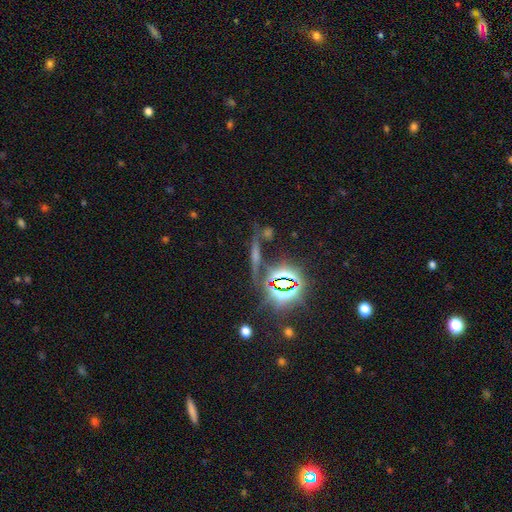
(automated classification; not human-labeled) Morphology: type=star or artifact (43%).